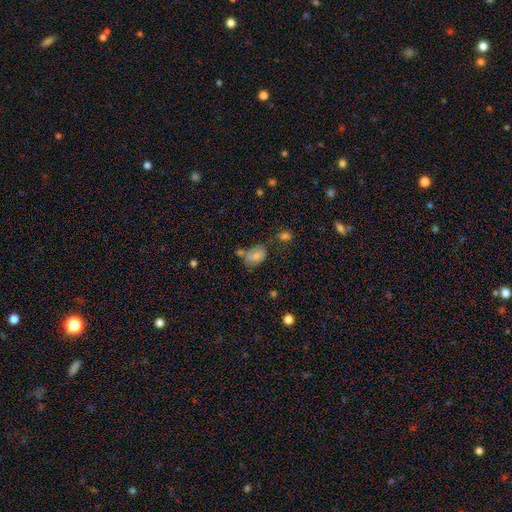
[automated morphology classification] Smooth or featured? smooth (75%)
How rounded? in between (74%)
Merging? none (44%)